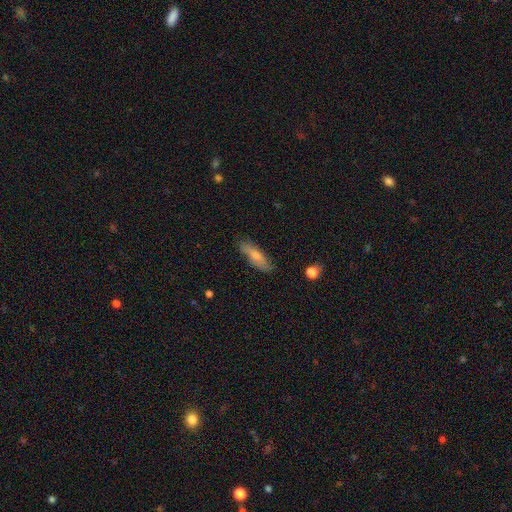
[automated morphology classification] A smooth galaxy with no disk features (68%) that is in between round and cigar-shaped (53%).

Vote fractions:
- Smooth or featured? smooth: 68% / featured or disk: 26% / star or artifact: 6%
- How rounded? in between: 53% / cigar-shaped: 45% / round: 2%
- Merging? none: 76% / minor disturbance: 19% / major disturbance: 4% / merger: 2%